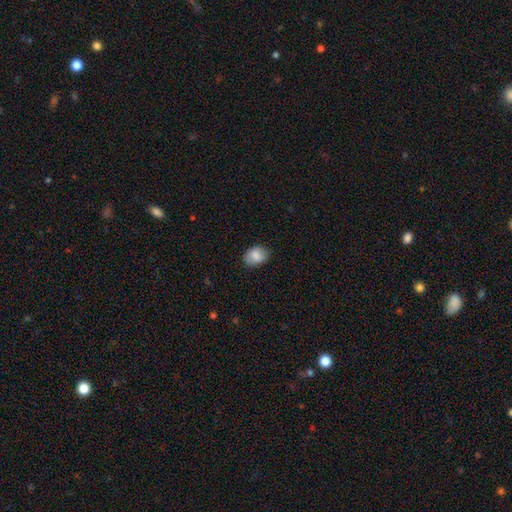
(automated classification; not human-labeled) This appears to be a smooth galaxy with no disk features (83%) that is in between round and cigar-shaped (67%). Merging: none (81%).